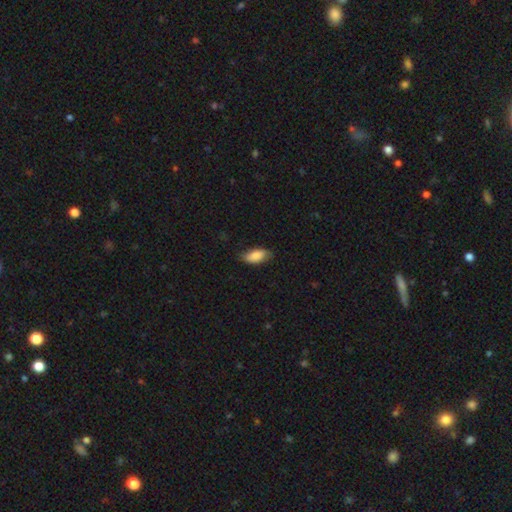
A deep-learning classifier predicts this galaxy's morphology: Smooth or featured? Predicted: smooth (p=0.85). How rounded? Predicted: in between (p=0.88). Merging? Predicted: none (p=0.77).